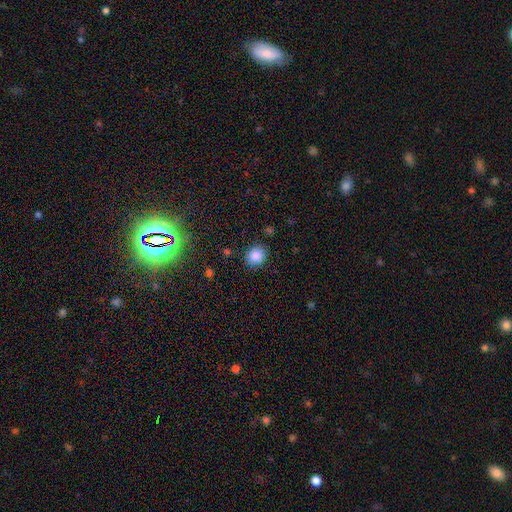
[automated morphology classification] The model was most divided on "how rounded": round: 75%, in between: 24%, cigar-shaped: 1%. More confident: merging — none (86%); smooth or featured — smooth (86%).